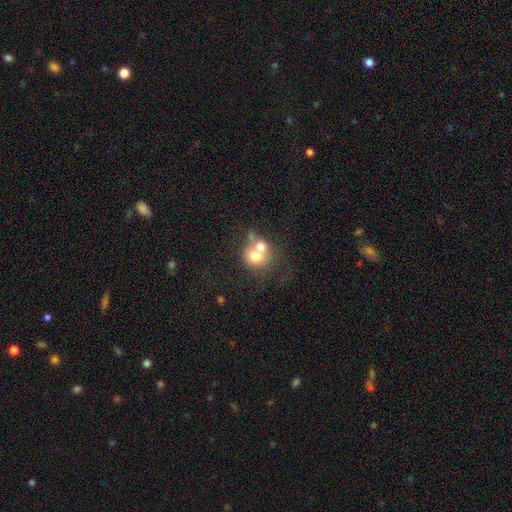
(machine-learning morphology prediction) A smooth galaxy with no disk features (64%) that is round (73%).

Vote fractions:
- Smooth or featured? smooth: 64% / featured or disk: 26% / star or artifact: 10%
- How rounded? round: 73% / in between: 26% / cigar-shaped: 1%
- Merging? merger: 63% / none: 24% / minor disturbance: 7% / major disturbance: 6%